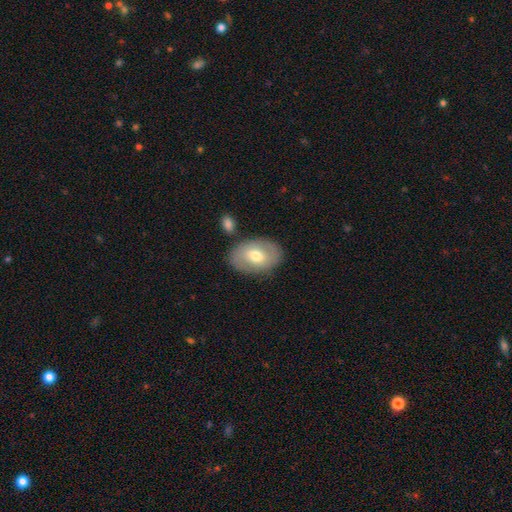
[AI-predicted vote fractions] This is possibly a smooth galaxy (54%). How rounded: clearly in between (83%). Merging: likely none (78%).